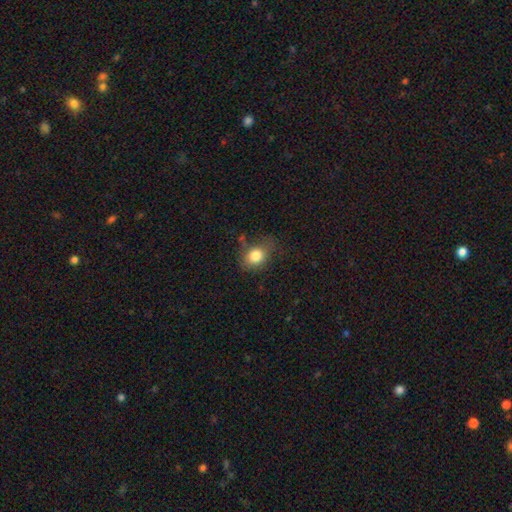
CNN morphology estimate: This is clearly a smooth galaxy (81%). How rounded: possibly round (55%). Merging: possibly none (58%).